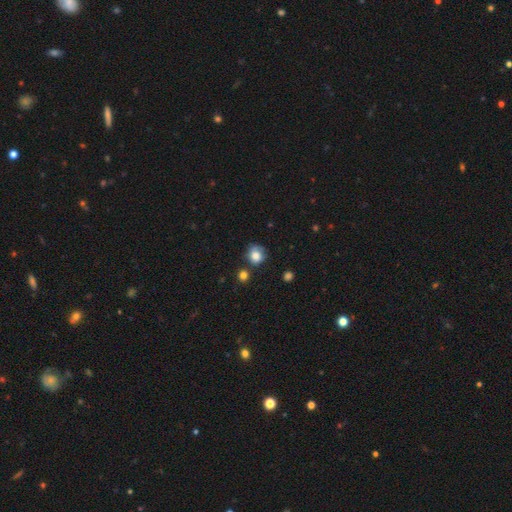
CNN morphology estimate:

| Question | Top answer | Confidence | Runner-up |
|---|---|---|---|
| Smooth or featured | smooth | 78% | featured or disk (11%) |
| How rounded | round | 75% | in between (24%) |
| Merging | none | 53% | minor disturbance (28%) |